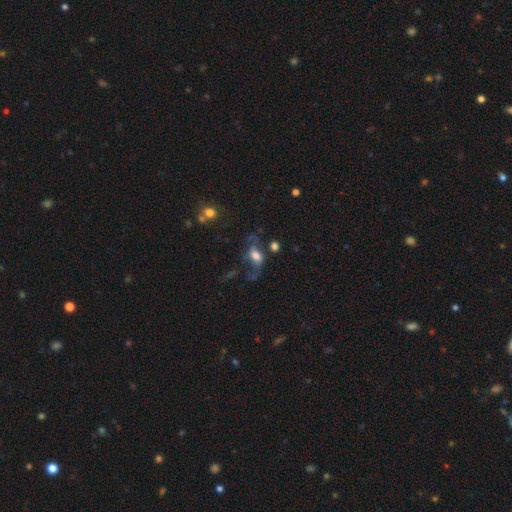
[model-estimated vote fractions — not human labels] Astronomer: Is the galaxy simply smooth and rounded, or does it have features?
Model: smooth — 49% (runner-up: featured or disk, 39%).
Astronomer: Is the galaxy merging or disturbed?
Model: major disturbance — 36%, tied with none at 36%.